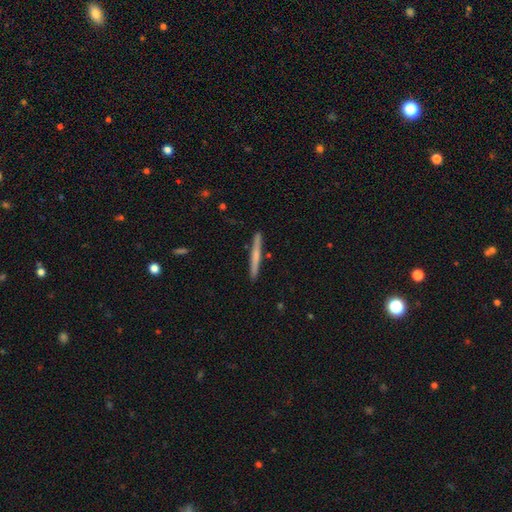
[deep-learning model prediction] Morphology: type=smooth (53%); roundness=cigar-shaped (97%); merging=none (91%).